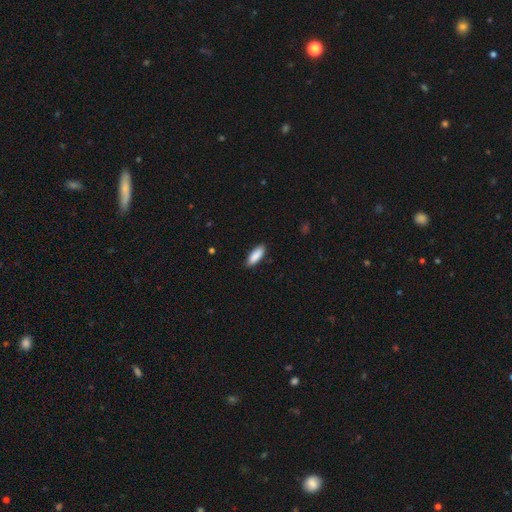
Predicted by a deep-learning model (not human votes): The model was most divided on "how rounded": in between: 68%, cigar-shaped: 30%, round: 2%. More confident: smooth or featured — smooth (90%); merging — none (88%).